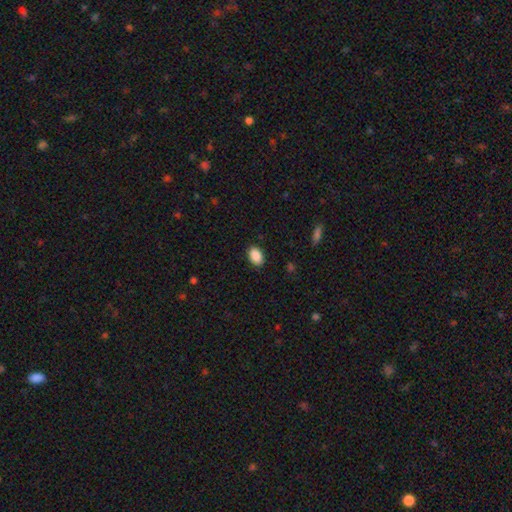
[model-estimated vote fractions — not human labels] Morphology: type=smooth (90%); roundness=in between (89%); merging=none (89%).